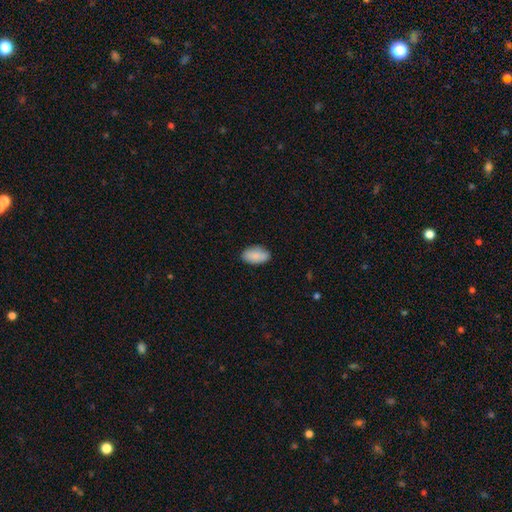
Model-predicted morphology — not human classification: smooth-or-featured: smooth: 87% | star or artifact: 6% | featured or disk: 6%
  how-rounded: in between: 93% | round: 4% | cigar-shaped: 2%
  merging: none: 83% | minor disturbance: 14% | major disturbance: 2% | merger: 1%